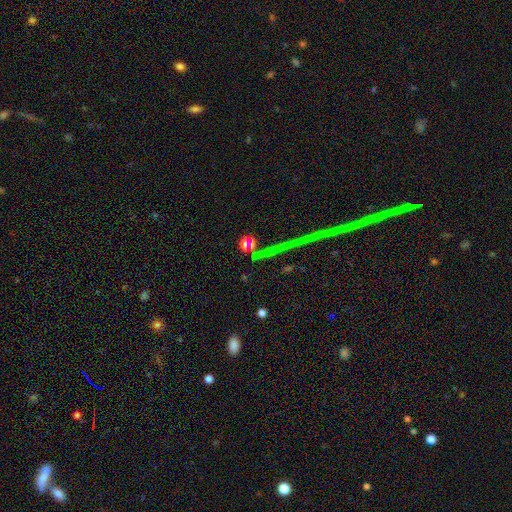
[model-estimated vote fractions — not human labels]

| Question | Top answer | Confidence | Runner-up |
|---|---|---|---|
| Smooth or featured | star or artifact | 63% | smooth (24%) |